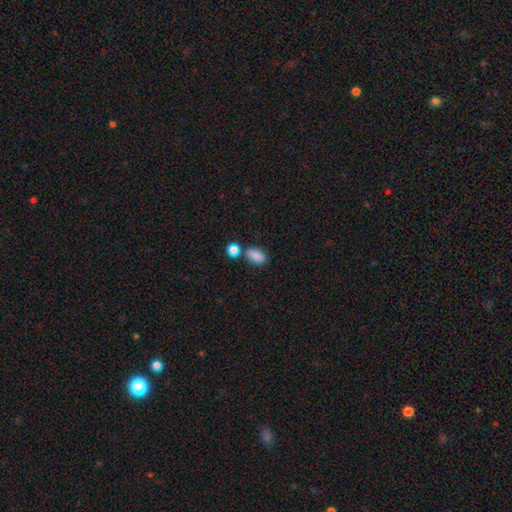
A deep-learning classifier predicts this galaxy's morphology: A smooth galaxy with no disk features (87%) that is in between round and cigar-shaped (87%).

Vote fractions:
- Smooth or featured? smooth: 87% / star or artifact: 8% / featured or disk: 4%
- How rounded? in between: 87% / round: 8% / cigar-shaped: 5%
- Merging? none: 65% / merger: 18% / minor disturbance: 13% / major disturbance: 4%